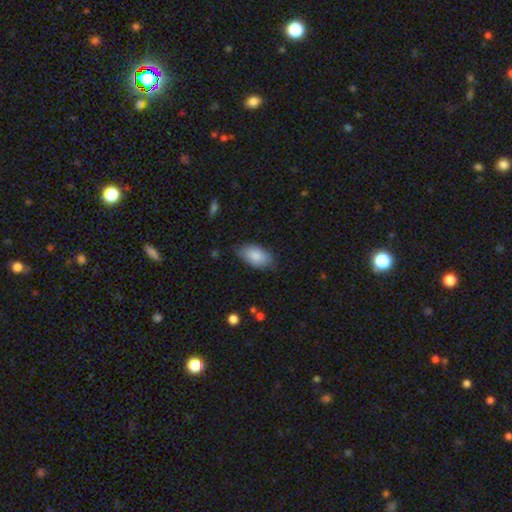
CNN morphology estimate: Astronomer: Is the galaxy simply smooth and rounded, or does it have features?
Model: smooth — 86%.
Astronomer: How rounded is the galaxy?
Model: in between — 94%.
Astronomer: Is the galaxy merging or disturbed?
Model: none — 71%.